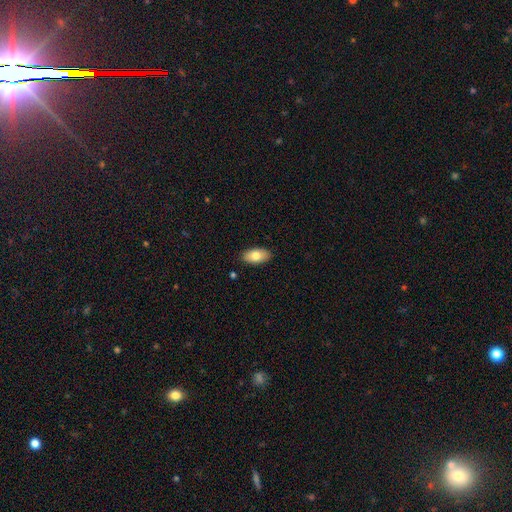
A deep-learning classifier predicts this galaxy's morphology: This appears to be a smooth galaxy with no disk features (80%) that is in between round and cigar-shaped (94%). Merging: none (89%).